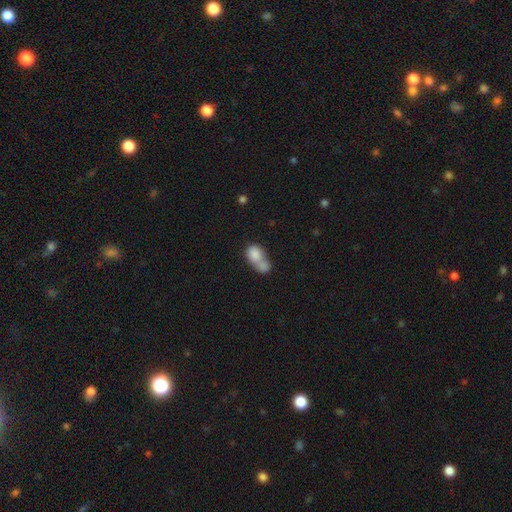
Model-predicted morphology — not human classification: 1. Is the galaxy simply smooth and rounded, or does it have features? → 79% smooth, 13% featured or disk, 8% star or artifact.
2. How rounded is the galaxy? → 67% in between, 30% round, 2% cigar-shaped.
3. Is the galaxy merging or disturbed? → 72% merger, 16% none, 7% minor disturbance, 5% major disturbance.